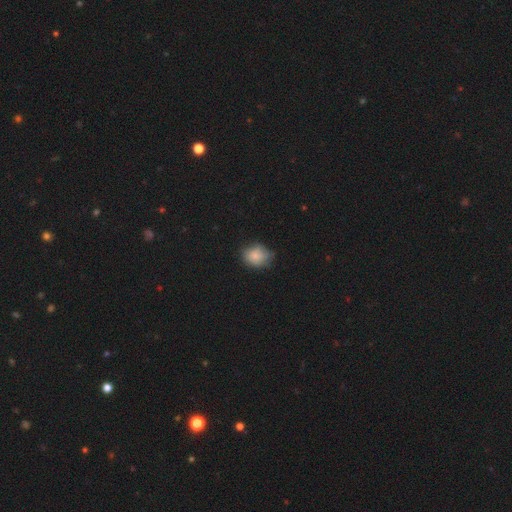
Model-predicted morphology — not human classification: The model was most divided on "how rounded": in between: 53%, round: 46%, cigar-shaped: 1%. More confident: smooth or featured — smooth (82%); merging — none (63%).